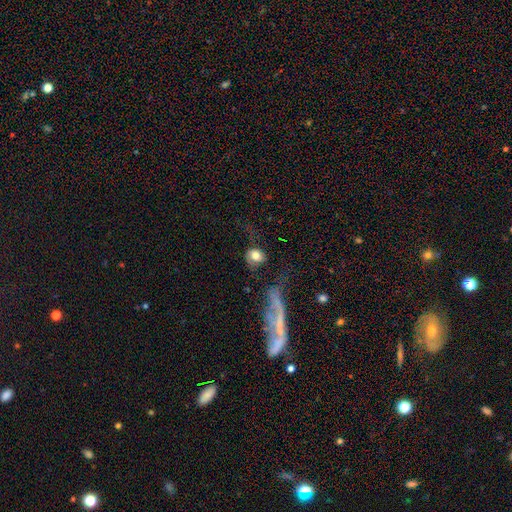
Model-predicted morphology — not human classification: A smooth galaxy with no disk features (69%) that is round (67%). Merging: none (45%).